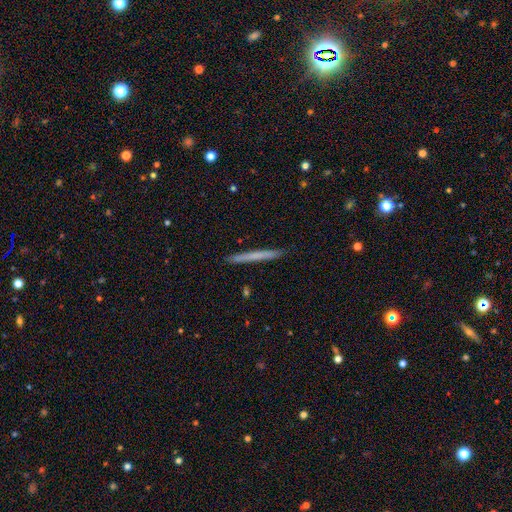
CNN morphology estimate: Smooth or featured? smooth (62%)
How rounded? cigar-shaped (97%)
Merging? none (92%)